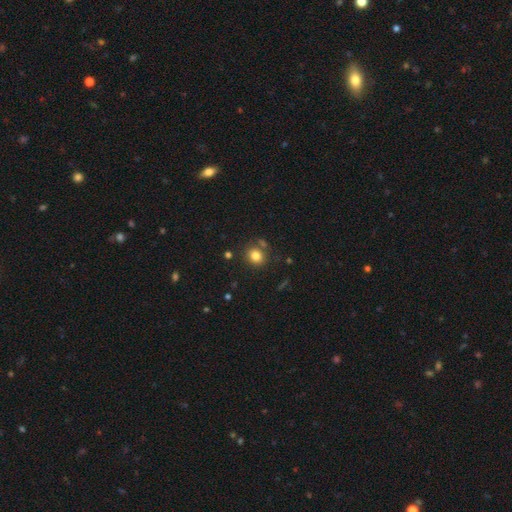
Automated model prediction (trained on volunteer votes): Smooth or featured? smooth (81%)
How rounded? round (80%)
Merging? none (78%)